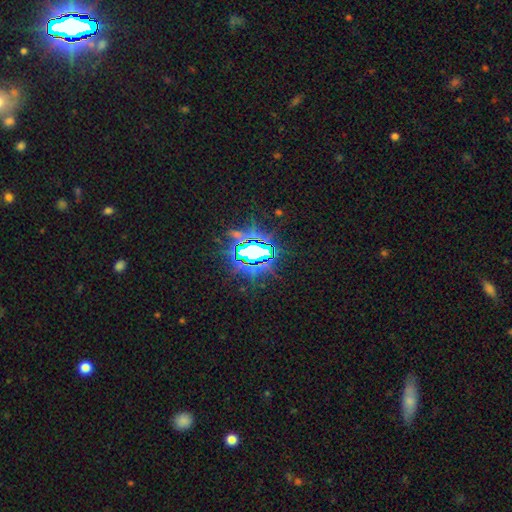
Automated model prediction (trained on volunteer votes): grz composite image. It shows a star or artifact, not a galaxy (81%).